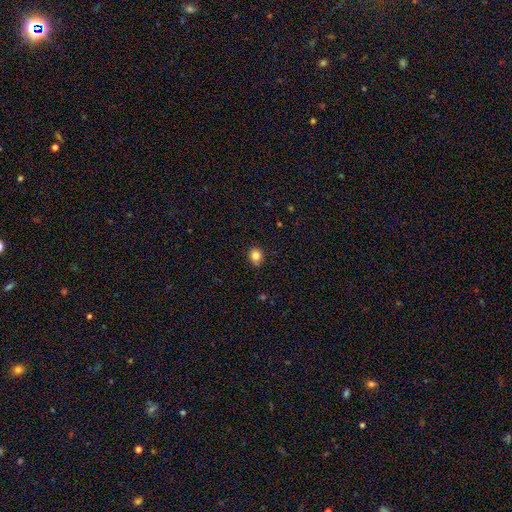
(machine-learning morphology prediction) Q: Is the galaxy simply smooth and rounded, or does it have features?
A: smooth — 83%.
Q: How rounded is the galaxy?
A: round — 77%.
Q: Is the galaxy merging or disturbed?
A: none — 82%.